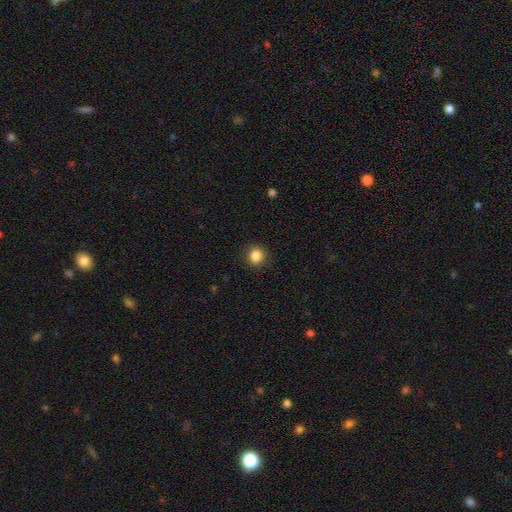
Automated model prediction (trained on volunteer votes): A smooth galaxy with no disk features (86%) that is round (81%). Merging: none (88%).